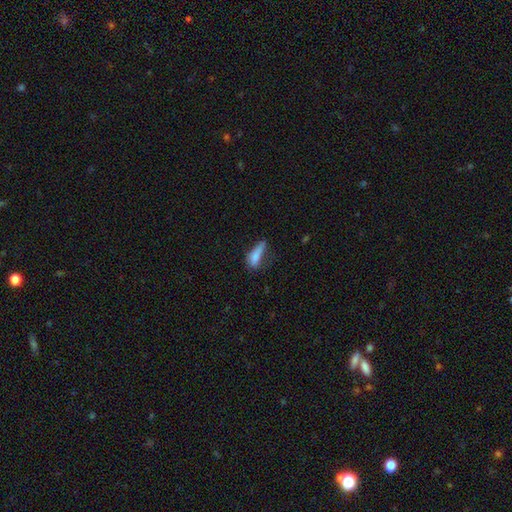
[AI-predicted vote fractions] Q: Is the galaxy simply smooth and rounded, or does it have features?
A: smooth — 77%.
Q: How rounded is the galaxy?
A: cigar-shaped — 51%.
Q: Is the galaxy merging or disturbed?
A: minor disturbance — 34%.